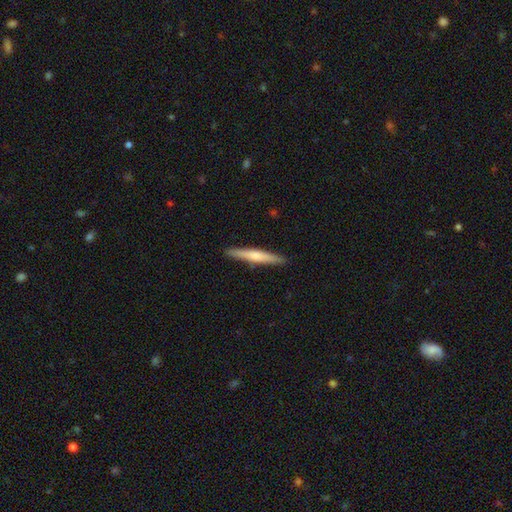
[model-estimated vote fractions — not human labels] The model was most divided on "smooth or featured": smooth: 52%, featured or disk: 43%, star or artifact: 5%. More confident: how rounded — cigar-shaped (95%); merging — none (90%).